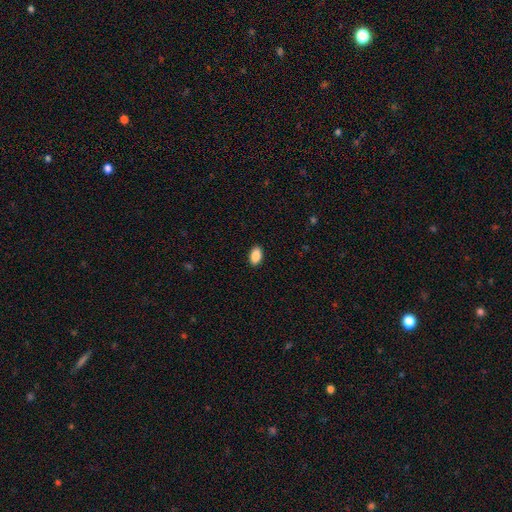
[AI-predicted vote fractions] A smooth galaxy with no disk features (89%) that is in between round and cigar-shaped (92%). Merging: none (90%).